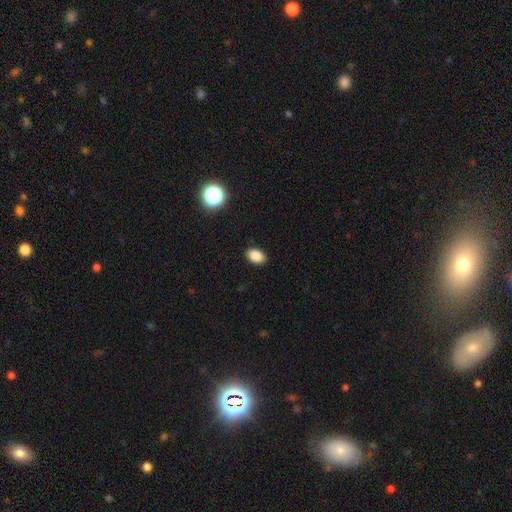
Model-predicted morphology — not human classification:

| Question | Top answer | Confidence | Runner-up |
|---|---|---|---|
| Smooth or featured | smooth | 86% | star or artifact (10%) |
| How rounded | in between | 85% | round (14%) |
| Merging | none | 90% | minor disturbance (7%) |